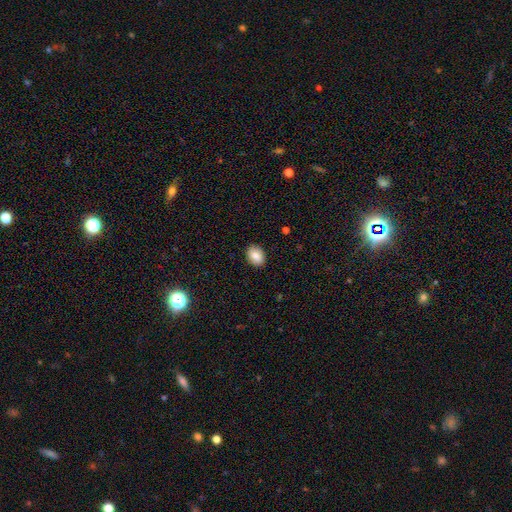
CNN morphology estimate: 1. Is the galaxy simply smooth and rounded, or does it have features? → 85% smooth, 8% star or artifact, 7% featured or disk.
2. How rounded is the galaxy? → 71% in between, 28% round, 1% cigar-shaped.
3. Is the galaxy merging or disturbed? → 89% none, 8% minor disturbance, 2% major disturbance, 1% merger.